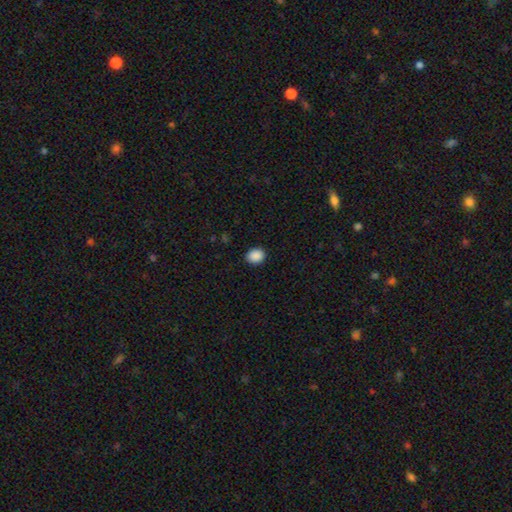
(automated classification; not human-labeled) smooth-or-featured: smooth: 89% | star or artifact: 8% | featured or disk: 2%
  how-rounded: round: 54% | in between: 45% | cigar-shaped: 1%
  merging: none: 89% | minor disturbance: 8% | major disturbance: 2% | merger: 1%